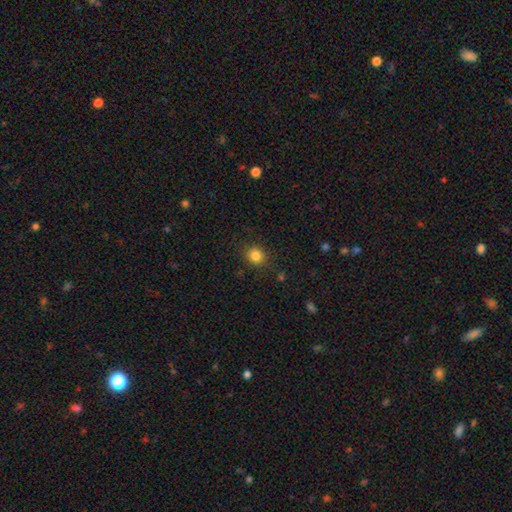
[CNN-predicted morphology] Overall: smooth (83%). How rounded: round (80%). Merging: none (87%).